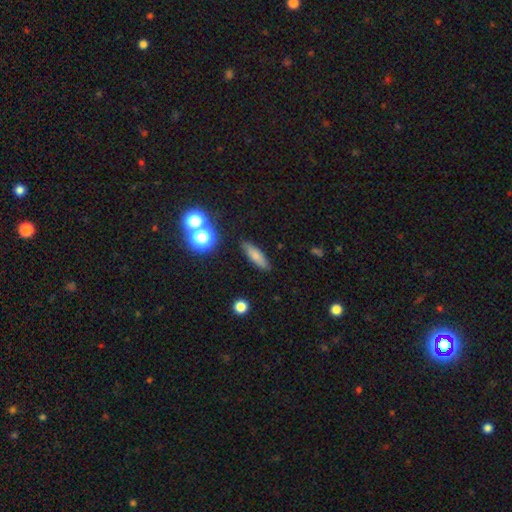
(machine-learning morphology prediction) smooth 74%, featured or disk 16%, star or artifact 11%. Down the decision tree: how rounded — cigar-shaped (58%); merging — none (85%).